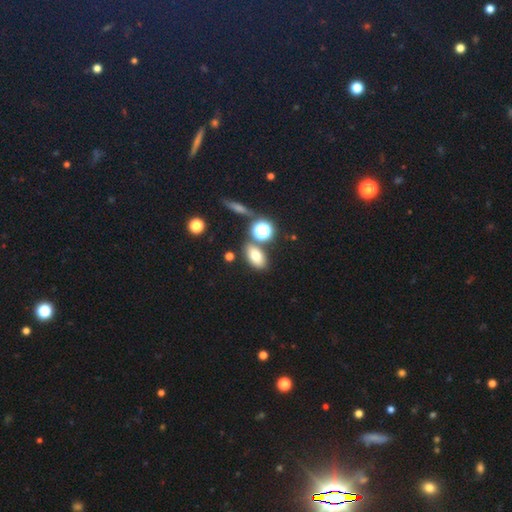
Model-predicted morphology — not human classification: Overall: smooth (69%). How rounded: in between (82%). Merging: none (75%).